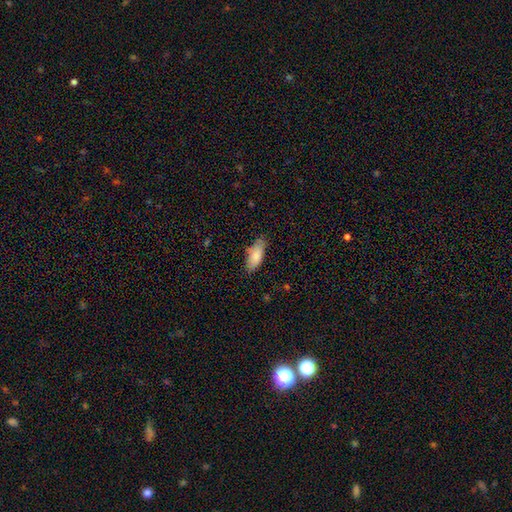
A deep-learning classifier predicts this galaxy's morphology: This is clearly a smooth galaxy (84%). How rounded: clearly in between (80%). Merging: likely none (77%).